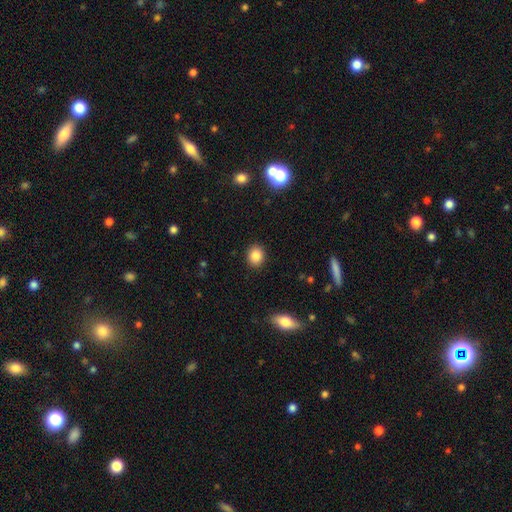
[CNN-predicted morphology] A smooth galaxy with no disk features (85%) that is round (62%).

Vote fractions:
- Smooth or featured? smooth: 85% / star or artifact: 10% / featured or disk: 5%
- How rounded? round: 62% / in between: 37% / cigar-shaped: 1%
- Merging? none: 90% / minor disturbance: 7% / major disturbance: 2% / merger: 1%